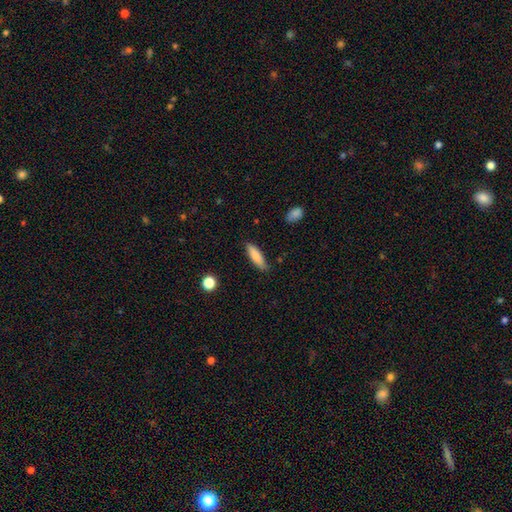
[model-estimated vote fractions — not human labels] A smooth galaxy with no disk features (82%) that is cigar-shaped (57%). Merging: none (81%).